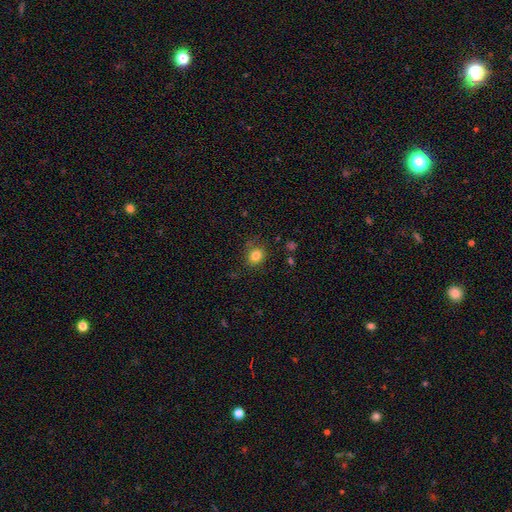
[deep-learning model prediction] A smooth galaxy with no disk features (82%) that is round (62%). Merging: none (77%).